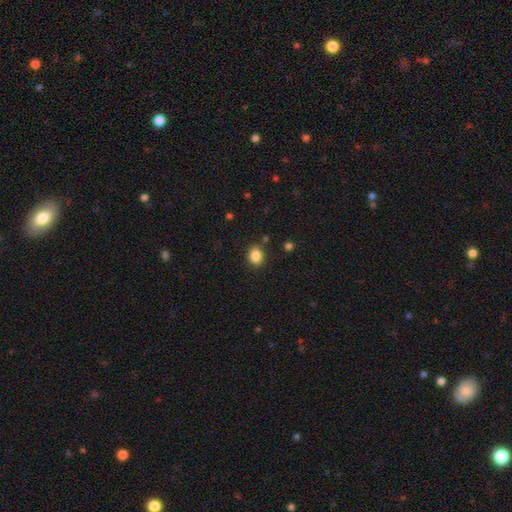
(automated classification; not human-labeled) Smooth or featured: smooth — 86% (star or artifact — 10%)
How rounded: round — 50% (in between — 49%)
Merging: none — 84% (minor disturbance — 10%)